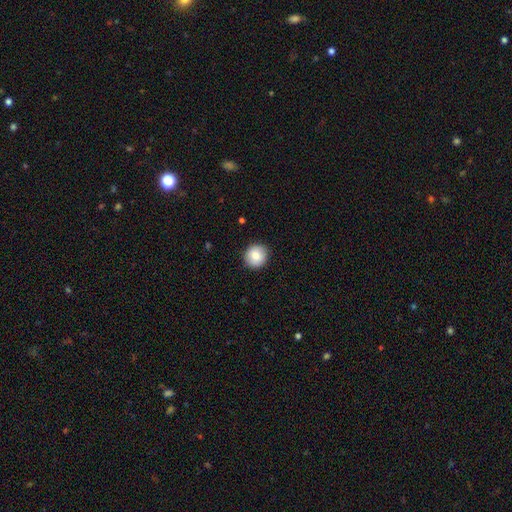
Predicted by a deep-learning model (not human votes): This is clearly a smooth galaxy (82%). How rounded: clearly round (91%). Merging: clearly none (90%).